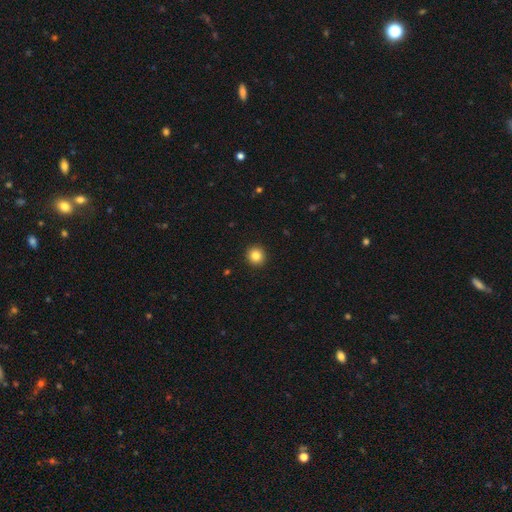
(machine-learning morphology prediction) Q: Smooth or featured?
A: smooth (84%); runner-up: star or artifact (11%)
Q: How rounded?
A: round (93%); runner-up: in between (6%)
Q: Merging?
A: none (93%); runner-up: minor disturbance (4%)